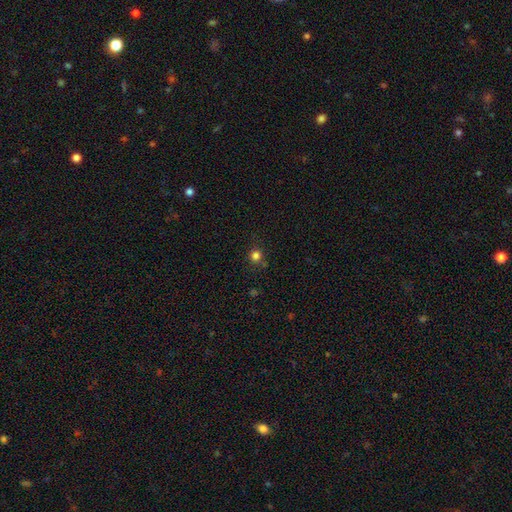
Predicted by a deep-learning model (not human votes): Overall: smooth (79%). How rounded: round (92%). Merging: none (82%).